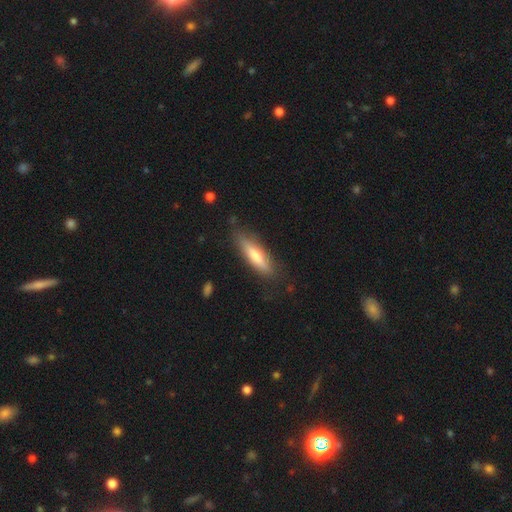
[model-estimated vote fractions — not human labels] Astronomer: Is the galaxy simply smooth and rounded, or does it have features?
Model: smooth — 60%.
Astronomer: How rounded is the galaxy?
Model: cigar-shaped — 71%.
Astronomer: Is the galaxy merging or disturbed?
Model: none — 79%.